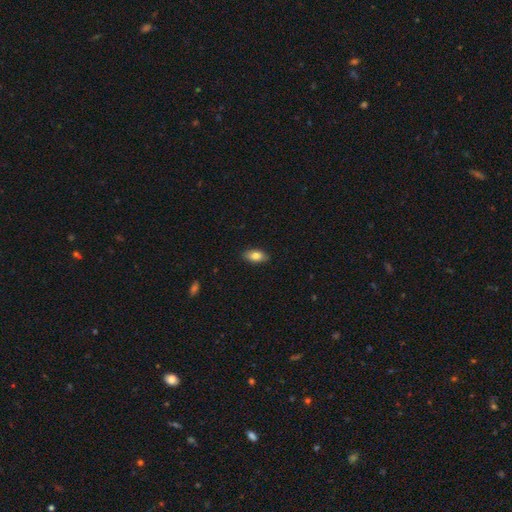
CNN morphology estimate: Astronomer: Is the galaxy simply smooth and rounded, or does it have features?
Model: smooth — 82%.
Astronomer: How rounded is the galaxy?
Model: in between — 89%.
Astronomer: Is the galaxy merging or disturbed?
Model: none — 87%.